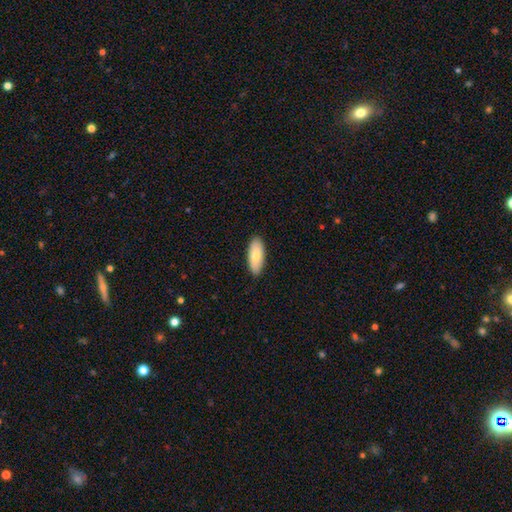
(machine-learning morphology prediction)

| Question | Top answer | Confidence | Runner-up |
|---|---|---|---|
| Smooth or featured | smooth | 82% | featured or disk (13%) |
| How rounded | in between | 81% | cigar-shaped (17%) |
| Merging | none | 89% | minor disturbance (8%) |